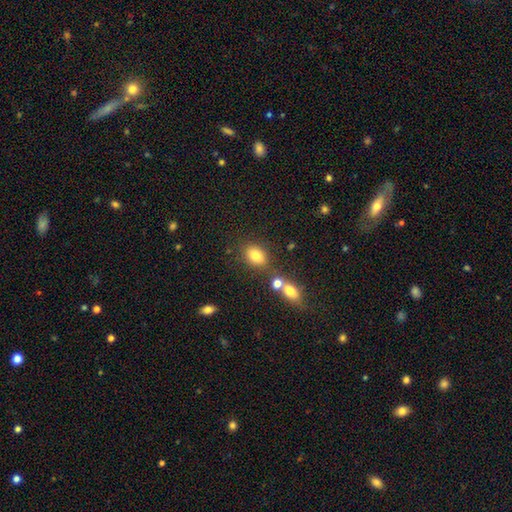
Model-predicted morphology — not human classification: Q: Smooth or featured?
A: smooth (81%); runner-up: star or artifact (10%)
Q: How rounded?
A: in between (73%); runner-up: round (26%)
Q: Merging?
A: none (69%); runner-up: merger (14%)